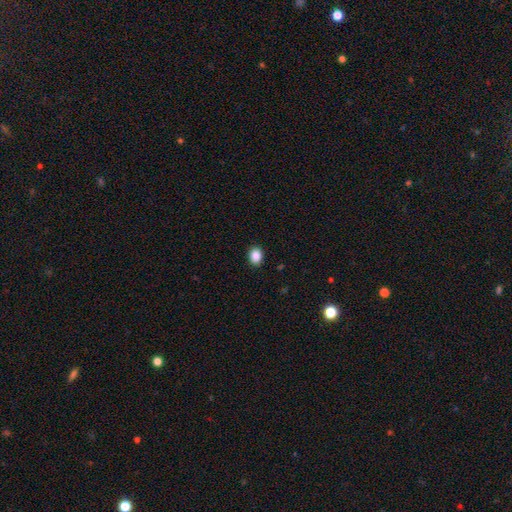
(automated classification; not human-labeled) The model was most divided on "how rounded": in between: 56%, round: 43%, cigar-shaped: 1%. More confident: merging — none (90%); smooth or featured — smooth (88%).